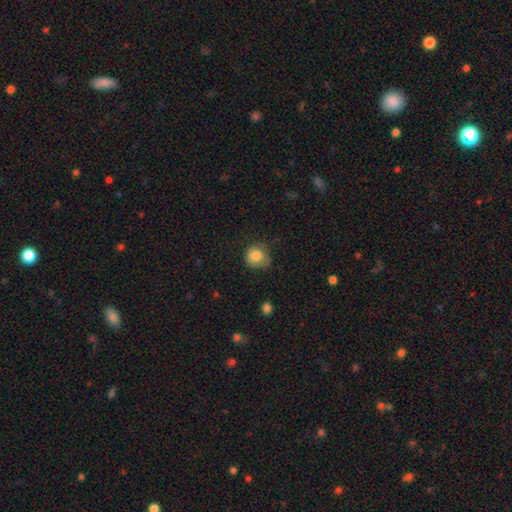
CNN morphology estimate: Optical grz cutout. It shows a smooth galaxy with no disk features (82%) that is round (85%). Merging: none (58%).